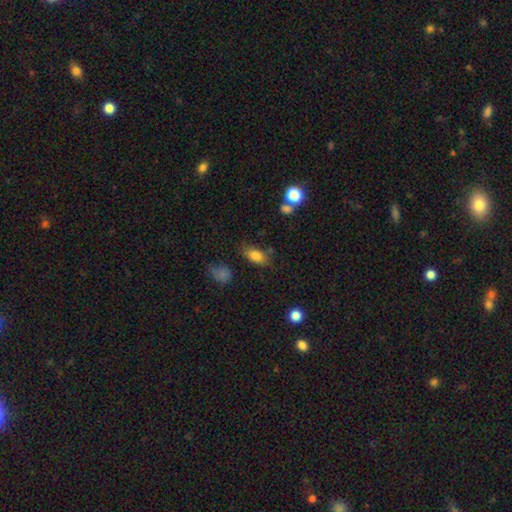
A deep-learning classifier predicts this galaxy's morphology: This appears to be a smooth galaxy with no disk features (82%) that is in between round and cigar-shaped (87%). Merging: none (72%).